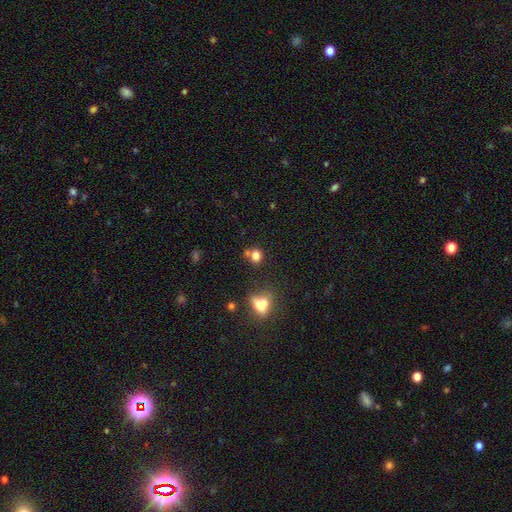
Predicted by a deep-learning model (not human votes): Morphology: type=smooth (78%); roundness=round (71%); merging=none (55%).